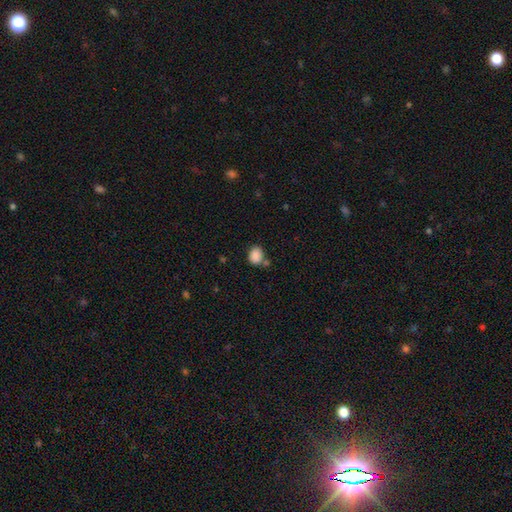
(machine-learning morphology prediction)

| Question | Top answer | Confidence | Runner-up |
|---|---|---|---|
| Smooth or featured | smooth | 87% | star or artifact (9%) |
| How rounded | in between | 56% | round (43%) |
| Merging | none | 65% | minor disturbance (16%) |